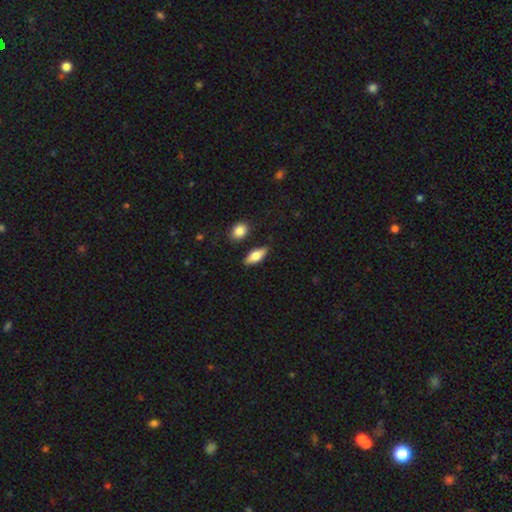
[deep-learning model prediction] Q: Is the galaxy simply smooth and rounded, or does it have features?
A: smooth — 64%.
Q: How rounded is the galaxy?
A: in between — 73%.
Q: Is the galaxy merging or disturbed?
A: none — 82%.